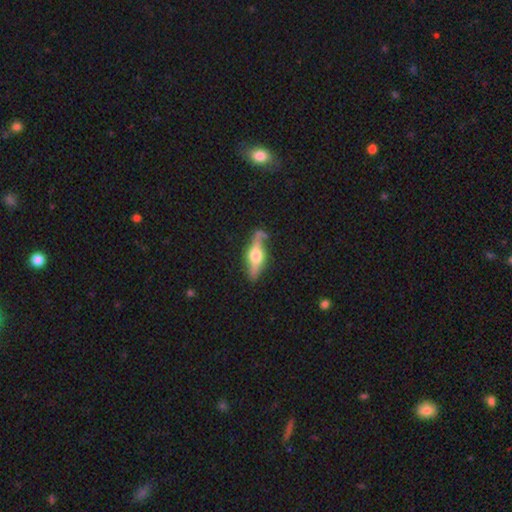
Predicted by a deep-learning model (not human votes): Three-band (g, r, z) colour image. It shows a featured or disk galaxy (67%) viewed edge-on (87%) with a rounded central bulge (94%). Merging: none (73%).